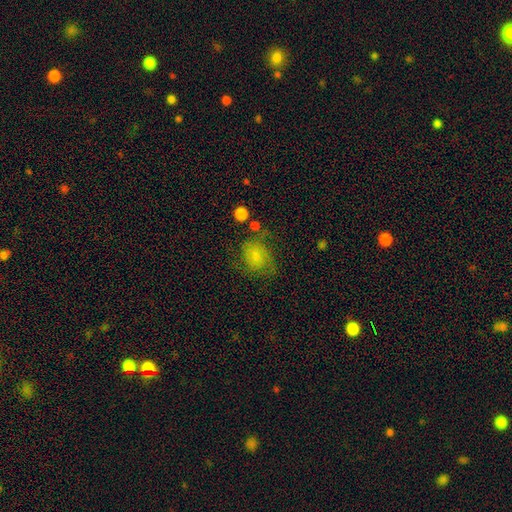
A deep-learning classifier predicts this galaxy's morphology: A smooth galaxy with no disk features (46%). Merging: none (59%).